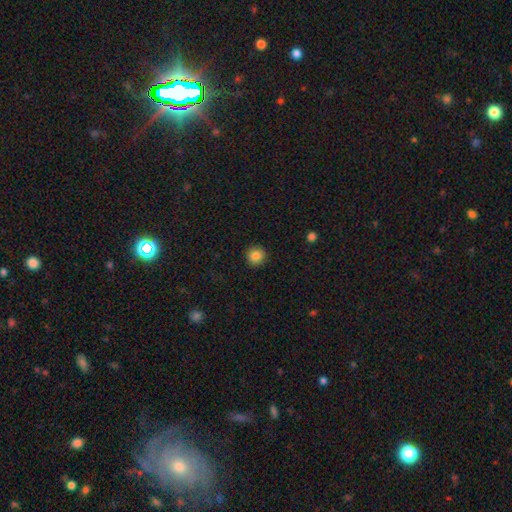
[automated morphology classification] Smooth or featured: smooth — 85% (star or artifact — 10%)
How rounded: round — 95% (in between — 4%)
Merging: none — 93% (minor disturbance — 5%)